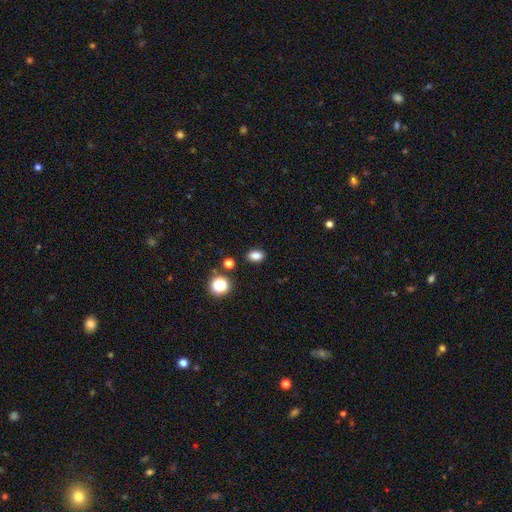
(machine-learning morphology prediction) Smooth or featured? smooth (82%)
How rounded? in between (78%)
Merging? none (87%)